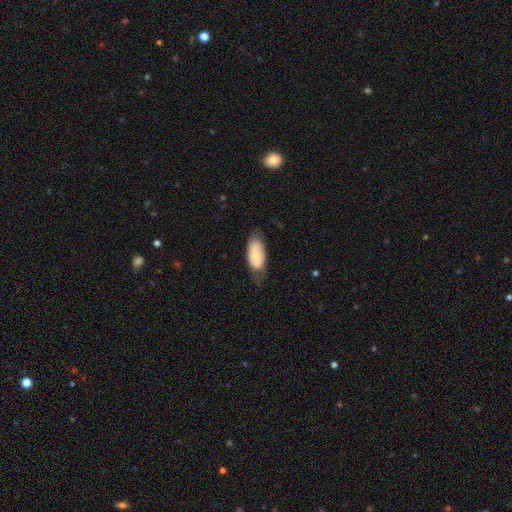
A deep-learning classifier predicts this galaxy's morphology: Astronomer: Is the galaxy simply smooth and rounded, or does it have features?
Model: smooth — 70%.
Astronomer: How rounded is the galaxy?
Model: in between — 88%.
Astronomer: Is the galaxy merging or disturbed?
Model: none — 53% (runner-up: minor disturbance, 33%).